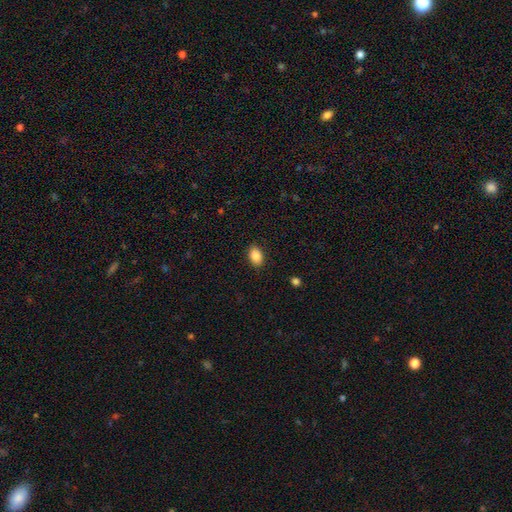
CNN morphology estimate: Overall: smooth (88%). How rounded: in between (87%). Merging: none (88%).